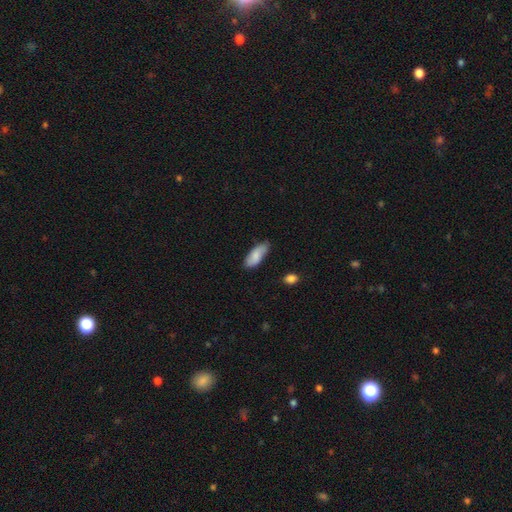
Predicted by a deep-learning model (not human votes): Overall: smooth (81%). How rounded: in between (81%). Merging: none (74%).